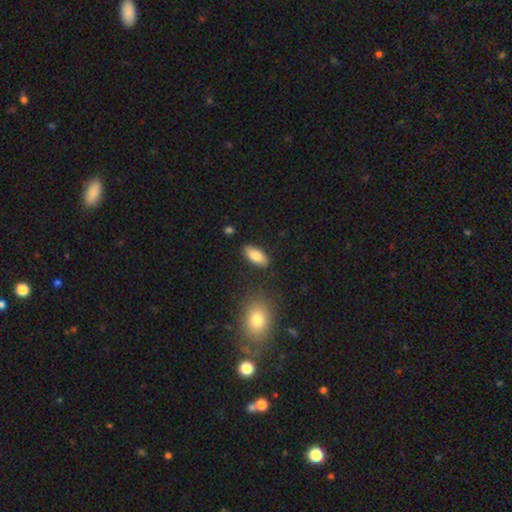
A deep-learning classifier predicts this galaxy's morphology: type=smooth (84%); roundness=in between (89%); merging=none (84%).